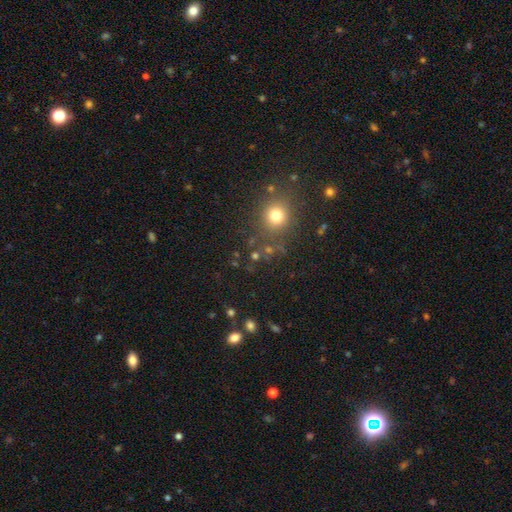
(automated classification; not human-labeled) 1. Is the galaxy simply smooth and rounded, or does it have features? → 58% smooth, 34% star or artifact, 8% featured or disk.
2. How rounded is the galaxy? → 85% round, 13% in between, 1% cigar-shaped.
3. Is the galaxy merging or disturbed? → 80% none, 8% minor disturbance, 7% merger, 5% major disturbance.